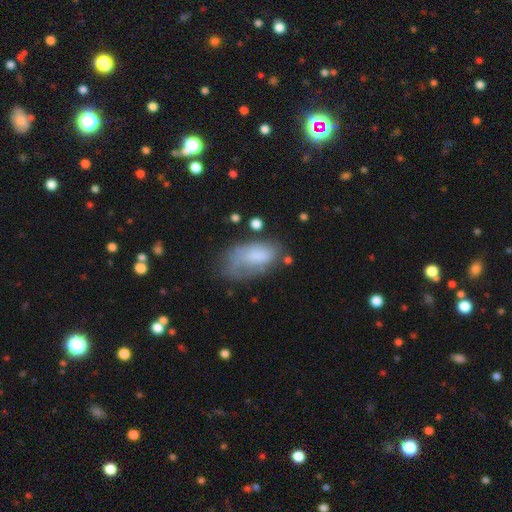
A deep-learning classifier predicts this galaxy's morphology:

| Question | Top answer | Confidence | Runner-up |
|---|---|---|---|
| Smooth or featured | smooth | 67% | featured or disk (24%) |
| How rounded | in between | 92% | round (4%) |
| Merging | none | 37% | minor disturbance (32%) |